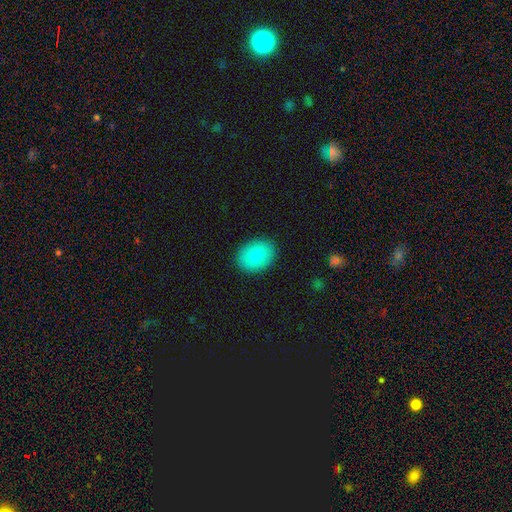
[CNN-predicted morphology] Smooth or featured?
  - smooth: 83% *
  - featured or disk: 10%
  - star or artifact: 7%
How rounded?
  - in between: 67% *
  - round: 32%
  - cigar-shaped: 1%
Merging?
  - none: 89% *
  - minor disturbance: 8%
  - major disturbance: 2%
  - merger: 1%